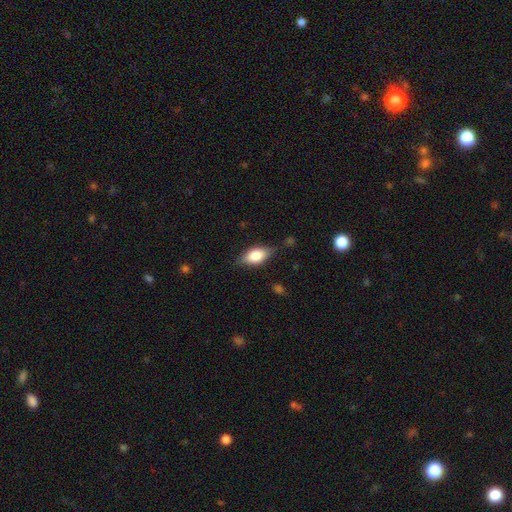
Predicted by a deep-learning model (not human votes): smooth-or-featured: smooth: 72% | featured or disk: 21% | star or artifact: 7%
  how-rounded: in between: 86% | cigar-shaped: 9% | round: 6%
  merging: none: 73% | minor disturbance: 20% | major disturbance: 5% | merger: 2%